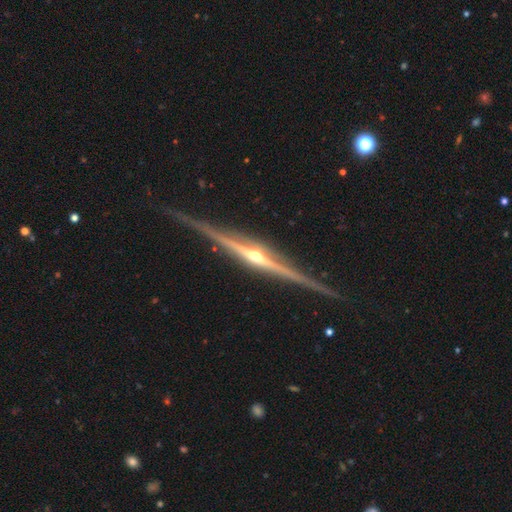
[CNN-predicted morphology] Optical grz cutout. It shows a featured or disk galaxy (91%) viewed edge-on (98%) with a rounded central bulge (88%). Merging: none (84%).